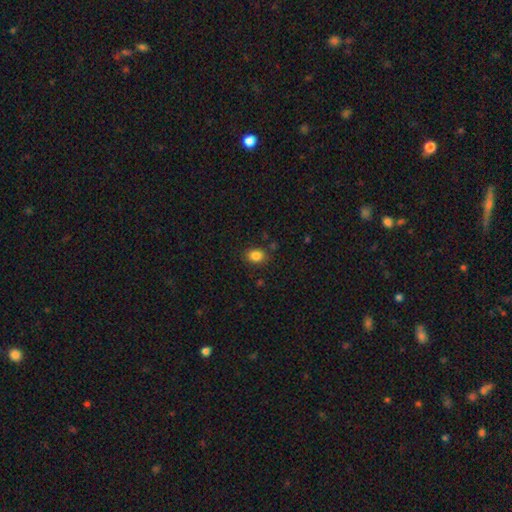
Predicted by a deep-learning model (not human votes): Q: Smooth or featured?
A: smooth (85%); runner-up: star or artifact (10%)
Q: How rounded?
A: in between (63%); runner-up: round (36%)
Q: Merging?
A: none (84%); runner-up: minor disturbance (11%)